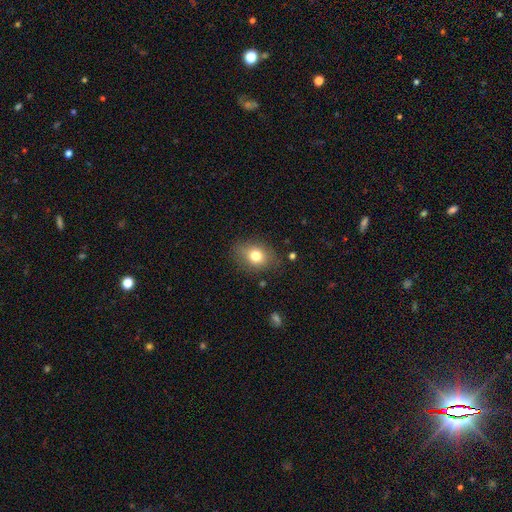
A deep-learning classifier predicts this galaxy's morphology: Smooth or featured?
  - smooth: 77% *
  - featured or disk: 13%
  - star or artifact: 10%
How rounded?
  - in between: 60% *
  - round: 38%
  - cigar-shaped: 2%
Merging?
  - none: 77% *
  - minor disturbance: 17%
  - major disturbance: 5%
  - merger: 2%